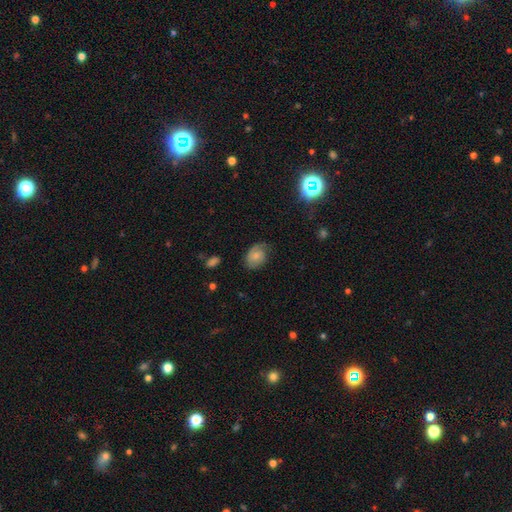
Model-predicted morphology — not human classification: Overall: smooth (48%; featured or disk 42%). Merging: none (62%; minor disturbance 26%).